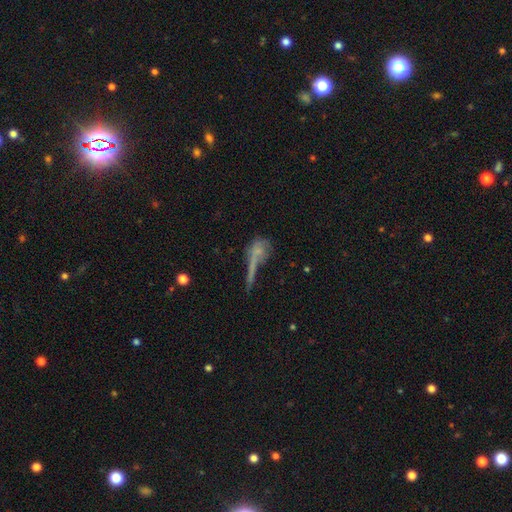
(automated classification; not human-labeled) A smooth galaxy with no disk features (45%). Merging: none (32%).